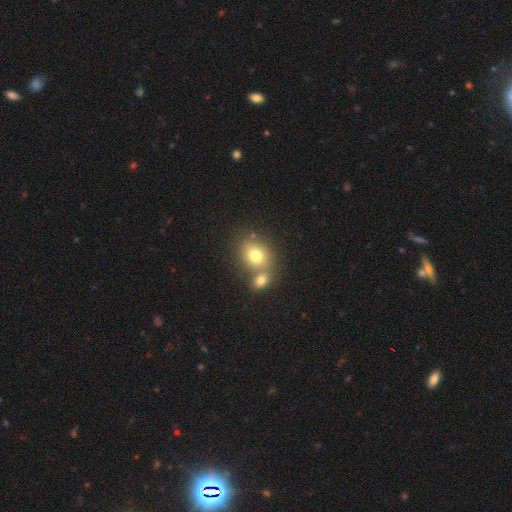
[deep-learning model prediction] smooth_or_featured: smooth (p=0.75) [alt: featured or disk p=0.14]
how_rounded: round (p=0.57) [alt: in between p=0.42]
merging: none (p=0.44) [tied with: merger p=0.44]